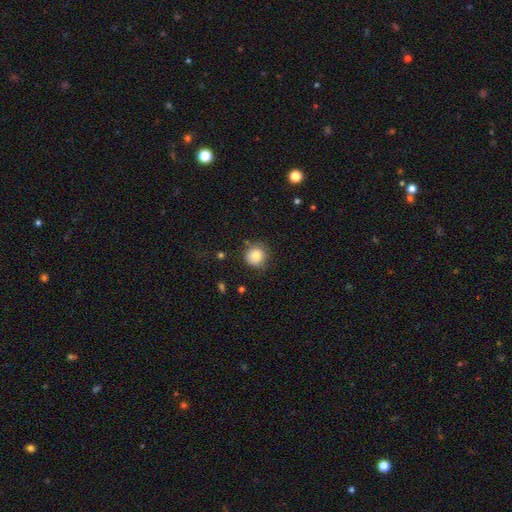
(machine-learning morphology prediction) type=smooth (82%); roundness=round (90%); merging=none (75%).